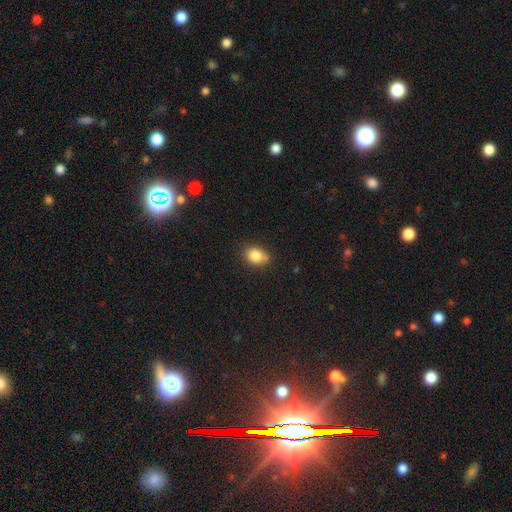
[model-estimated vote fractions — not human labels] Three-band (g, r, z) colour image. It shows a smooth galaxy with no disk features (83%) that is in between round and cigar-shaped (52%). Merging: none (65%).